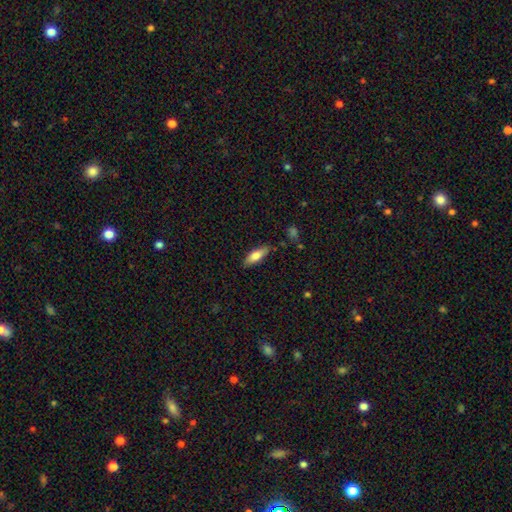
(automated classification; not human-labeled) This is likely a smooth galaxy (75%). How rounded: likely in between (62%). Merging: clearly none (82%).